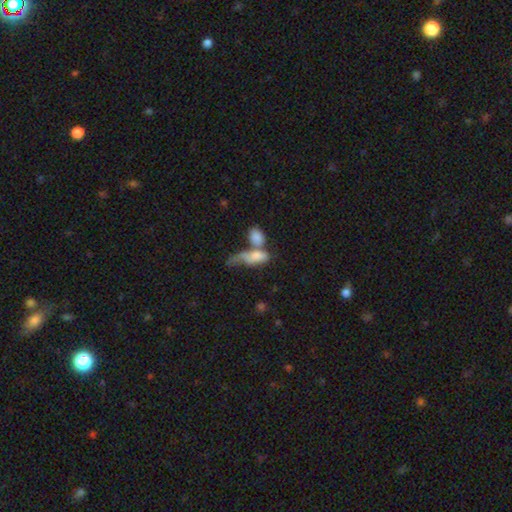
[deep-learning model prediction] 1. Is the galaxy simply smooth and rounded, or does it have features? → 69% smooth, 22% featured or disk, 8% star or artifact.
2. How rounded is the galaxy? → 76% in between, 16% cigar-shaped, 8% round.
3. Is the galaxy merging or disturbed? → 52% merger, 19% major disturbance, 17% none, 12% minor disturbance.